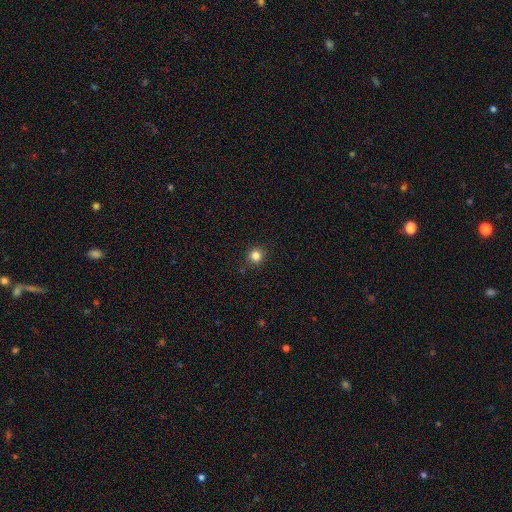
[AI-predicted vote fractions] Smooth or featured?
  - smooth: 83% *
  - star or artifact: 13%
  - featured or disk: 5%
How rounded?
  - round: 93% *
  - in between: 6%
  - cigar-shaped: 1%
Merging?
  - none: 90% *
  - minor disturbance: 6%
  - major disturbance: 2%
  - merger: 1%